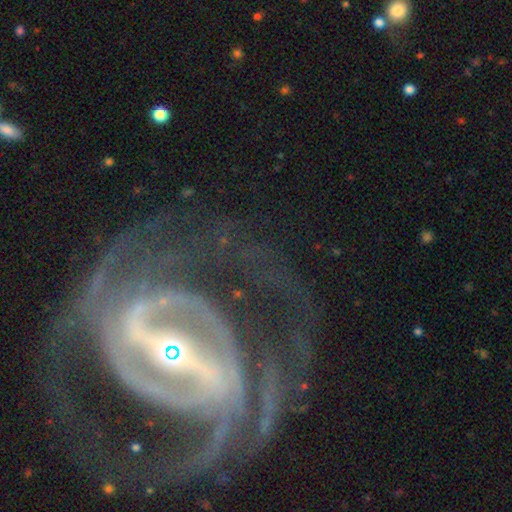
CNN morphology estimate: smooth_or_featured: featured or disk (p=0.92) [alt: star or artifact p=0.05]
disk_edge_on: no (p=0.96) [alt: yes p=0.04]
bar: strong (p=0.82) [alt: weak p=0.13]
has_spiral_arms: yes (p=0.97) [alt: no p=0.03]
spiral_winding: tight (p=0.45) [alt: medium p=0.43]
spiral_arm_count: 2 (p=0.46) [alt: 3 p=0.16]
bulge_size: small (p=0.79) [alt: moderate p=0.17]
merging: none (p=0.59) [alt: major disturbance p=0.23]